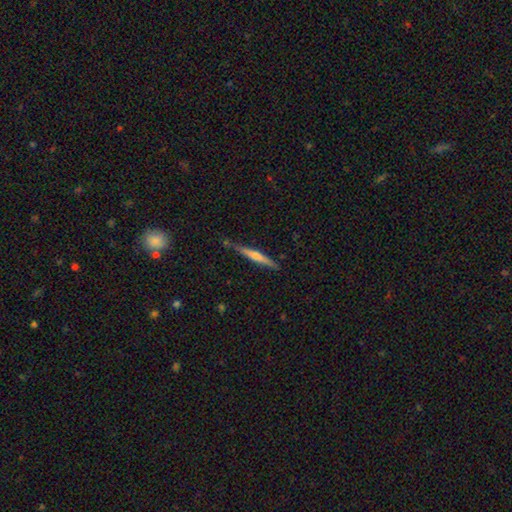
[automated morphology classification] A featured or disk galaxy (54%) viewed edge-on (97%) with a rounded central bulge (63%).

Vote fractions:
- Smooth or featured? featured or disk: 54% / smooth: 40% / star or artifact: 6%
- Edge-on disk? yes: 97% / no: 3%
- Edge-on bulge? rounded: 63% / none: 28% / boxy: 9%
- Merging? none: 80% / minor disturbance: 14% / merger: 3% / major disturbance: 2%